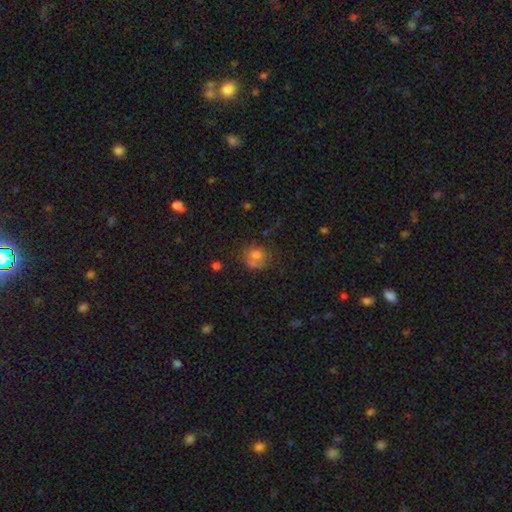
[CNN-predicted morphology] A smooth galaxy with no disk features (71%) that is round (78%). Merging: none (49%).